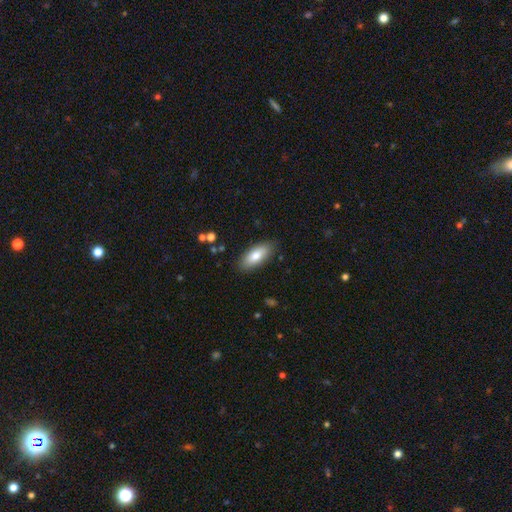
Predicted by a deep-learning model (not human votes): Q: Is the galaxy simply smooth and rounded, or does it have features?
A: smooth — 79%.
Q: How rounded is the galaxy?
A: in between — 81%.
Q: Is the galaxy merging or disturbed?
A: none — 86%.